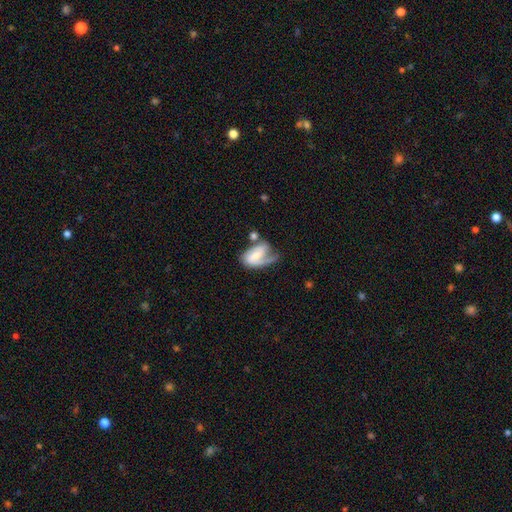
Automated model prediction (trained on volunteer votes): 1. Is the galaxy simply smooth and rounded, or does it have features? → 70% featured or disk, 24% smooth, 6% star or artifact.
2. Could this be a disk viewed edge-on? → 97% no, 3% yes.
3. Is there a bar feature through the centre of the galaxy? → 43% weak, 31% strong, 27% no.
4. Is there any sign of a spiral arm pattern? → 87% yes, 13% no.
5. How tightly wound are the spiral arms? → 39% medium, 34% loose, 26% tight.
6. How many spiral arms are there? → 54% 1, 36% 2, 7% can't tell, 2% 3, 1% 4, 1% more than 4.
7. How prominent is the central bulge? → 44% small, 35% moderate, 14% none, 6% large, 2% dominant.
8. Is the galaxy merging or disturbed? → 32% none, 31% major disturbance, 23% minor disturbance, 15% merger.